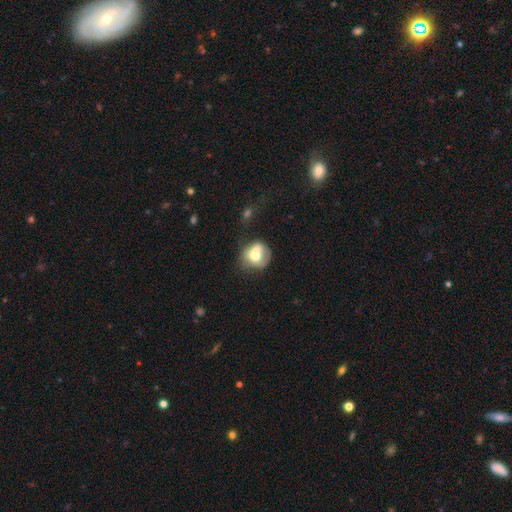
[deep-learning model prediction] Smooth or featured? Predicted: smooth (p=0.60). How rounded? Predicted: round (p=0.73). Merging? Predicted: none (p=0.38).